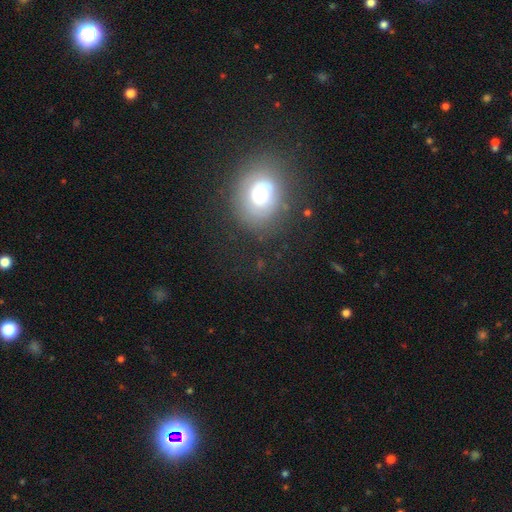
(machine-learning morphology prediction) A smooth galaxy with no disk features (68%) that is in between round and cigar-shaped (49%, tied with round).

Vote fractions:
- Smooth or featured? smooth: 68% / star or artifact: 19% / featured or disk: 13%
- How rounded? in between: 49% (tied) / round: 49% (tied) / cigar-shaped: 1%
- Merging? none: 85% / minor disturbance: 9% / major disturbance: 5% / merger: 1%